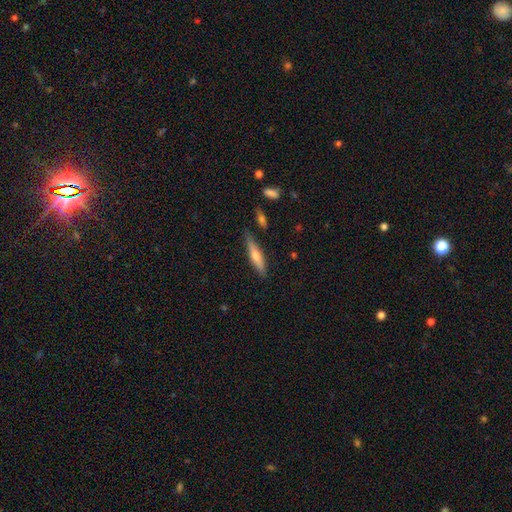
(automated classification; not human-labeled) Overall: smooth (53%; featured or disk 40%). How rounded: cigar-shaped (83%). Merging: none (80%).